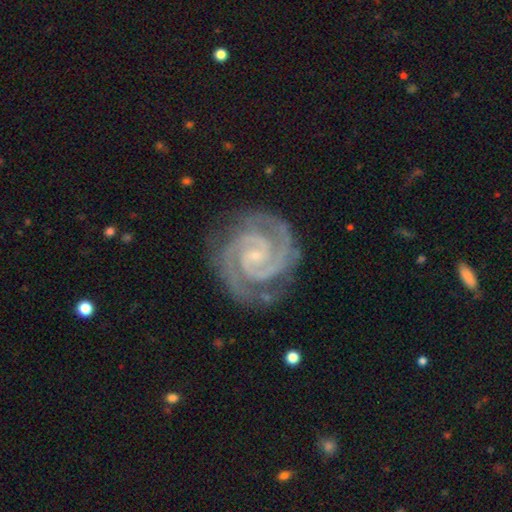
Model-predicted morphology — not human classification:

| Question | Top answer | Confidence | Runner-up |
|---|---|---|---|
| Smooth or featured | featured or disk | 94% | star or artifact (4%) |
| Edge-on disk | no | 98% | yes (2%) |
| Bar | no | 51% | weak (33%) |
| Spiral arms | yes | 99% | no (1%) |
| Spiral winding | tight | 75% | medium (23%) |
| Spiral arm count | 2 | 85% | 3 (8%) |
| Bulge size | small | 83% | moderate (10%) |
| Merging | none | 81% | minor disturbance (14%) |